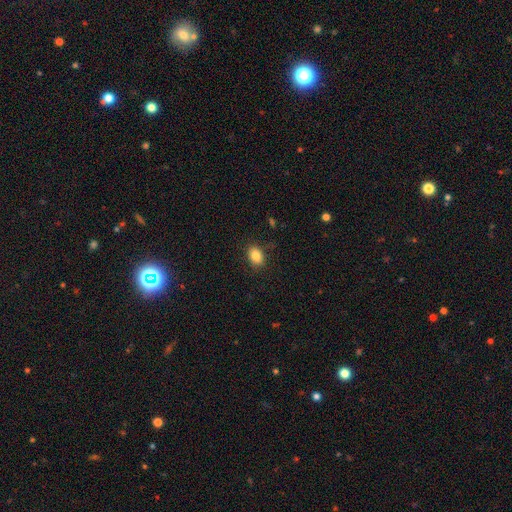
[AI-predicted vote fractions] The model was most divided on "how rounded": in between: 78%, round: 21%, cigar-shaped: 1%. More confident: merging — none (87%); smooth or featured — smooth (85%).